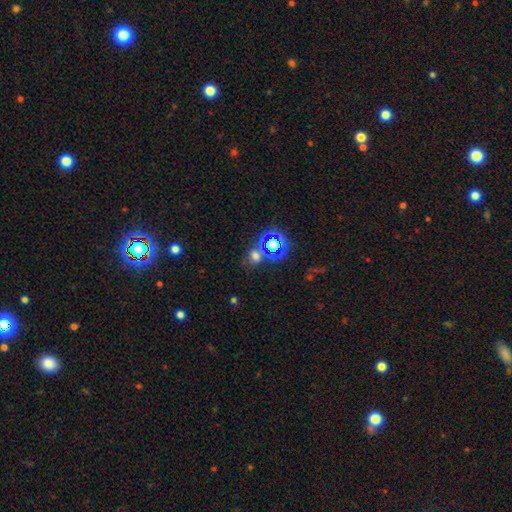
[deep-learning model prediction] Morphology: type=smooth (50%); roundness=round (63%); merging=none (62%).